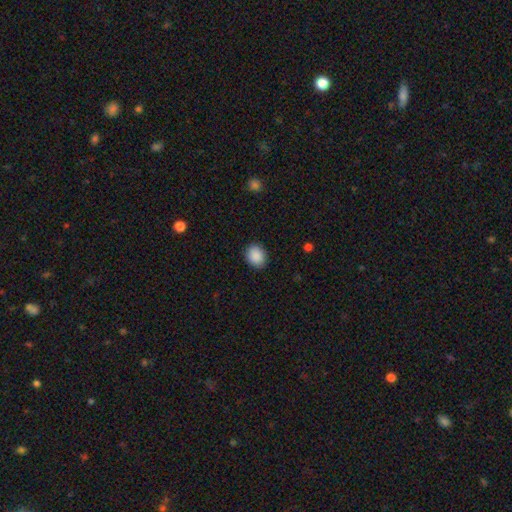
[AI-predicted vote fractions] smooth_or_featured: smooth (p=0.89) [alt: star or artifact p=0.08]
how_rounded: round (p=0.54) [alt: in between p=0.45]
merging: none (p=0.88) [alt: minor disturbance p=0.08]